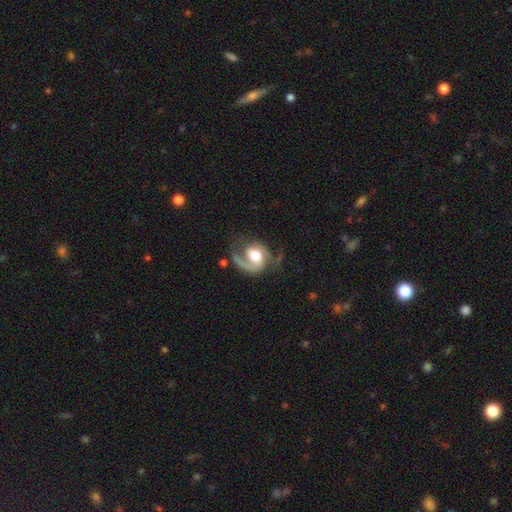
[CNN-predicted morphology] featured or disk 76%, smooth 18%, star or artifact 6%. Down the decision tree: edge-on disk — no (97%); bar — no (59%); spiral arms — yes (92%); spiral arm count — 1 (57%); spiral winding — medium (43%); bulge size — moderate (53%); merging — none (48%).